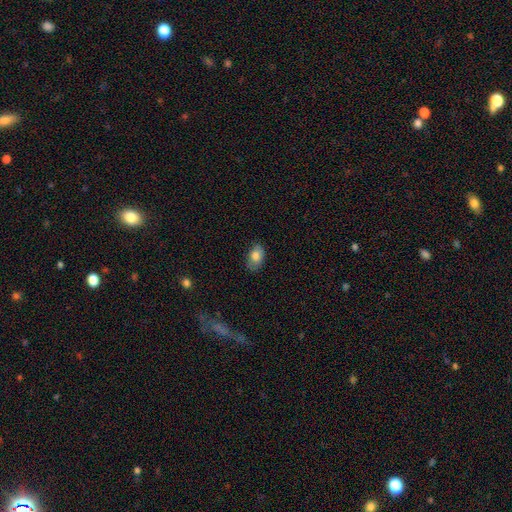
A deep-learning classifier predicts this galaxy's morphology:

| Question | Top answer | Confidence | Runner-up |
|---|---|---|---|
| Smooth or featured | smooth | 78% | featured or disk (14%) |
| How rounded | in between | 90% | round (9%) |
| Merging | none | 76% | minor disturbance (19%) |